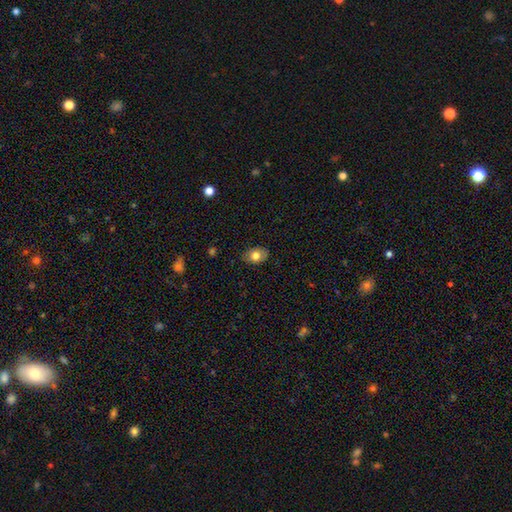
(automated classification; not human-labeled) smooth 76%, featured or disk 16%, star or artifact 8%. Down the decision tree: how rounded — in between (77%); merging — none (82%).